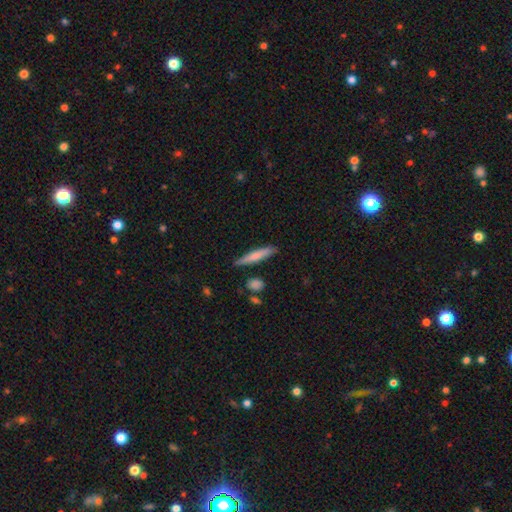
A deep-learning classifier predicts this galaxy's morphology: type=smooth (72%); roundness=cigar-shaped (89%); merging=none (81%).